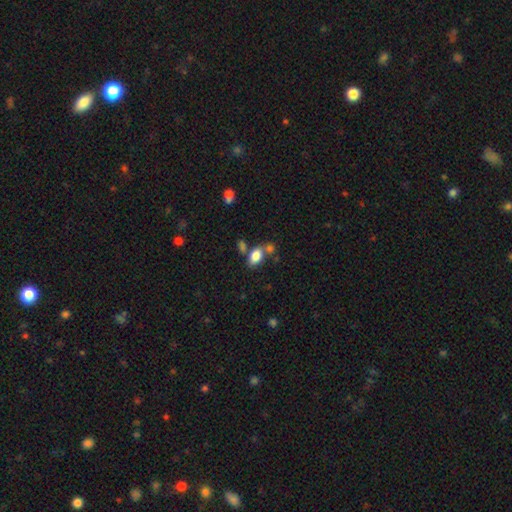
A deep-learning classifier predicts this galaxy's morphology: Smooth or featured? smooth (83%)
How rounded? in between (88%)
Merging? none (56%)